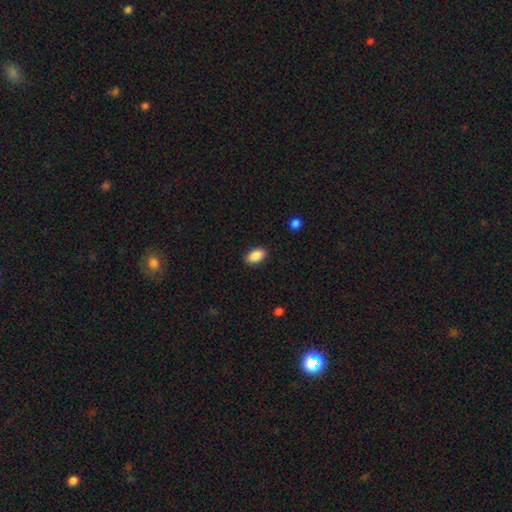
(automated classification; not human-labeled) Smooth or featured: smooth — 89% (star or artifact — 7%)
How rounded: in between — 93% (round — 5%)
Merging: none — 88% (minor disturbance — 9%)